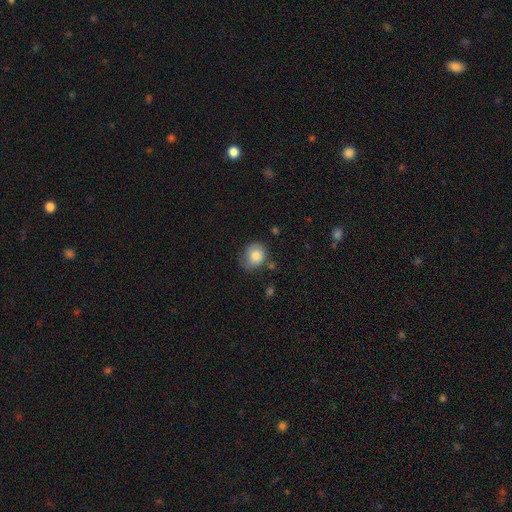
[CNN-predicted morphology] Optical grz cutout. It shows a smooth galaxy with no disk features (83%) that is round (68%). Merging: none (61%).